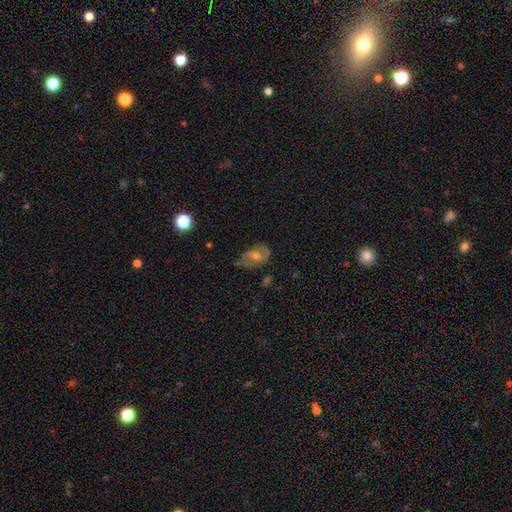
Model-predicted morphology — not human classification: Smooth or featured: featured or disk — 64% (smooth — 25%)
Edge-on disk: no — 95% (yes — 5%)
Bar: weak — 46% (no — 37%)
Spiral arms: yes — 79% (no — 21%)
Bulge size: moderate — 58% (small — 29%)
Merging: none — 71% (minor disturbance — 20%)